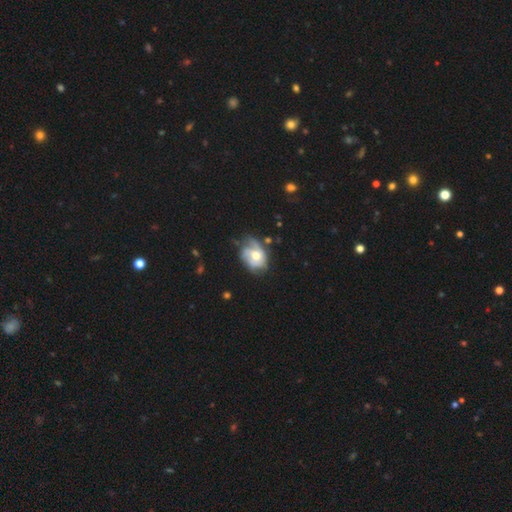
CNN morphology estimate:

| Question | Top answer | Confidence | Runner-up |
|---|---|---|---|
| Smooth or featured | featured or disk | 60% | smooth (34%) |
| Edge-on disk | no | 97% | yes (3%) |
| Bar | no | 75% | weak (21%) |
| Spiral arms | yes | 72% | no (28%) |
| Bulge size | moderate | 68% | small (18%) |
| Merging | none | 43% | minor disturbance (31%) |